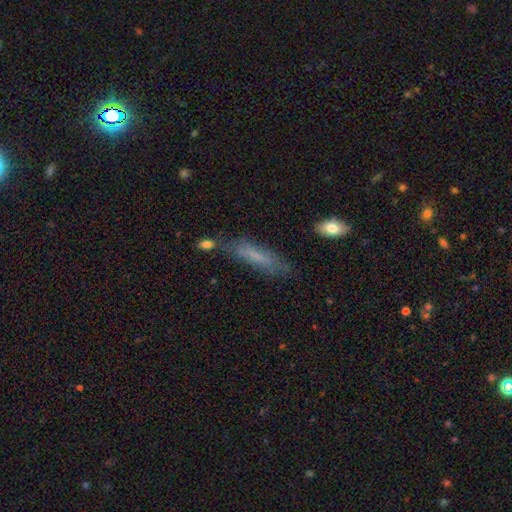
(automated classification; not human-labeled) A smooth galaxy with no disk features (60%) that is cigar-shaped (76%).

Vote fractions:
- Smooth or featured? smooth: 60% / featured or disk: 30% / star or artifact: 10%
- How rounded? cigar-shaped: 76% / in between: 22% / round: 2%
- Merging? none: 66% / minor disturbance: 21% / major disturbance: 7% / merger: 5%